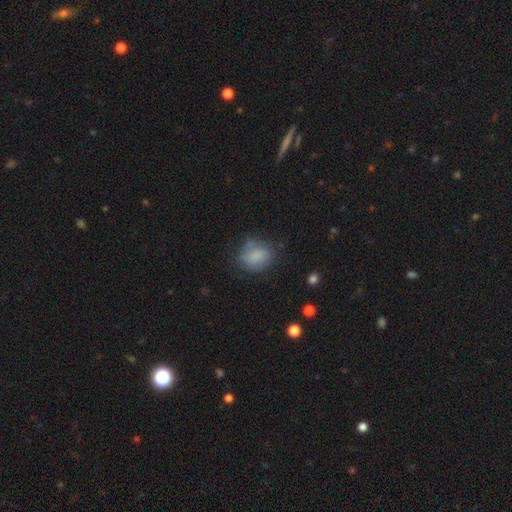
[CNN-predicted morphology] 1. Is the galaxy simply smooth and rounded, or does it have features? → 78% smooth, 12% featured or disk, 9% star or artifact.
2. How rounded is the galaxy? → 54% round, 45% in between, 1% cigar-shaped.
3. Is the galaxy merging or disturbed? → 62% none, 24% minor disturbance, 10% major disturbance, 4% merger.